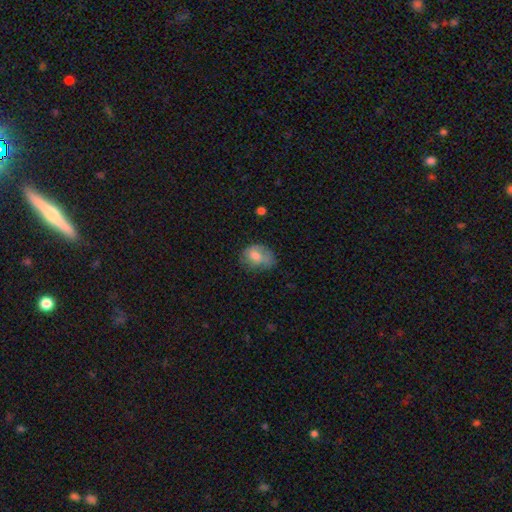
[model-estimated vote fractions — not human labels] Smooth or featured: smooth — 70% (featured or disk — 21%)
How rounded: in between — 66% (round — 33%)
Merging: none — 42% (minor disturbance — 35%)